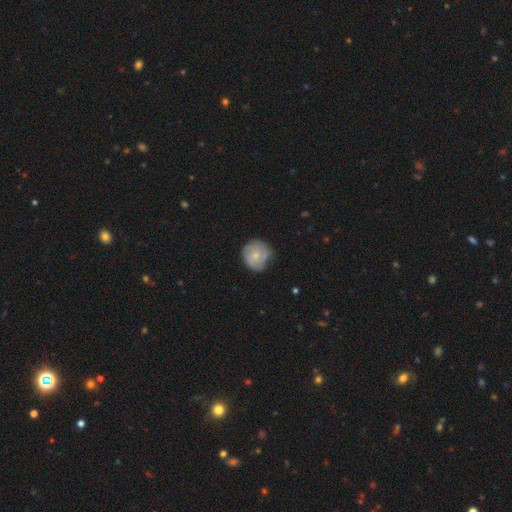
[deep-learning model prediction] This appears to be a smooth galaxy with no disk features (57%) that is round (89%). Merging: none (69%).